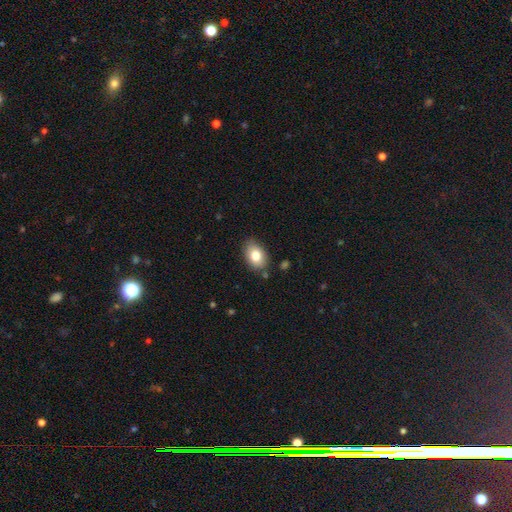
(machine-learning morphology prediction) smooth_or_featured: smooth (p=0.80) [alt: featured or disk p=0.12]
how_rounded: in between (p=0.81) [alt: round p=0.18]
merging: none (p=0.80) [alt: minor disturbance p=0.15]